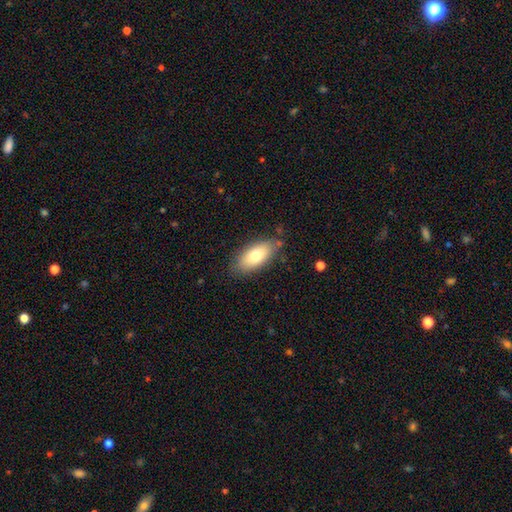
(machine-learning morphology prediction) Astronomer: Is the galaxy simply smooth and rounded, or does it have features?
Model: smooth — 73%.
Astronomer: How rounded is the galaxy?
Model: in between — 87%.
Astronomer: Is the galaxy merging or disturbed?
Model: none — 79%.